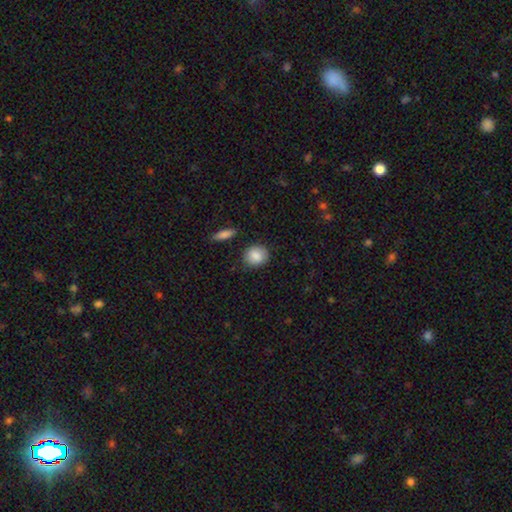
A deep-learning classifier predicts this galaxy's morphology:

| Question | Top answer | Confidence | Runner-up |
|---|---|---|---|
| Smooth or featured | smooth | 86% | star or artifact (7%) |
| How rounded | round | 69% | in between (29%) |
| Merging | none | 83% | minor disturbance (11%) |